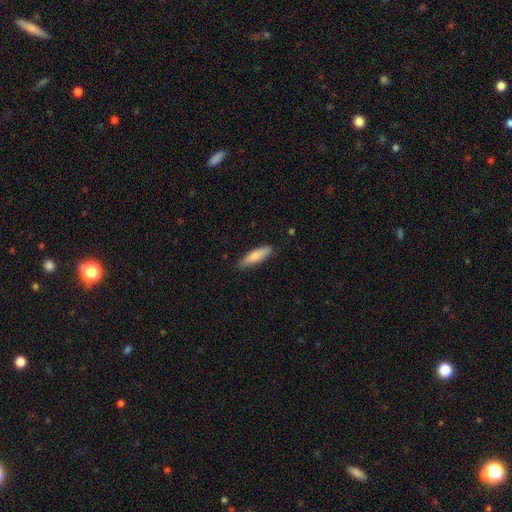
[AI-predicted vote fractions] smooth 80%, featured or disk 15%, star or artifact 5%. Down the decision tree: how rounded — cigar-shaped (65%); merging — none (83%).